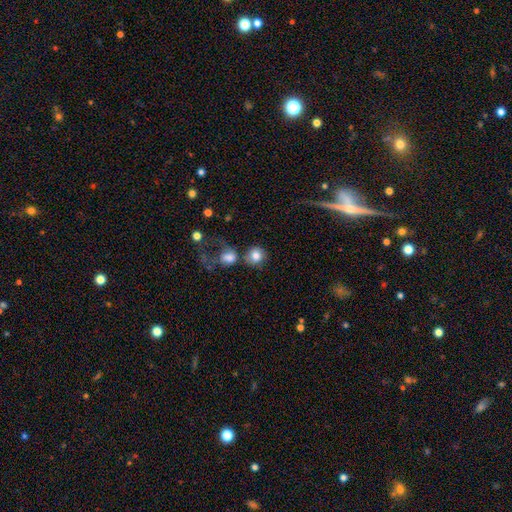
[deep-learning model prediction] smooth_or_featured: smooth (p=0.81) [alt: featured or disk p=0.11]
how_rounded: round (p=0.86) [alt: in between p=0.13]
merging: none (p=0.53) [alt: merger p=0.27]